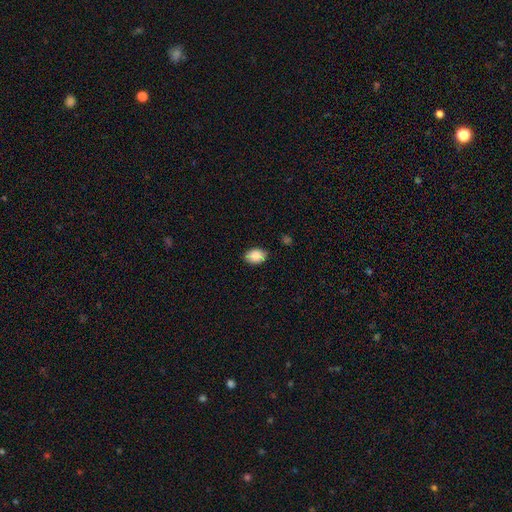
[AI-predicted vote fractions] smooth 88%, star or artifact 7%, featured or disk 5%. Down the decision tree: how rounded — in between (82%); merging — none (86%).